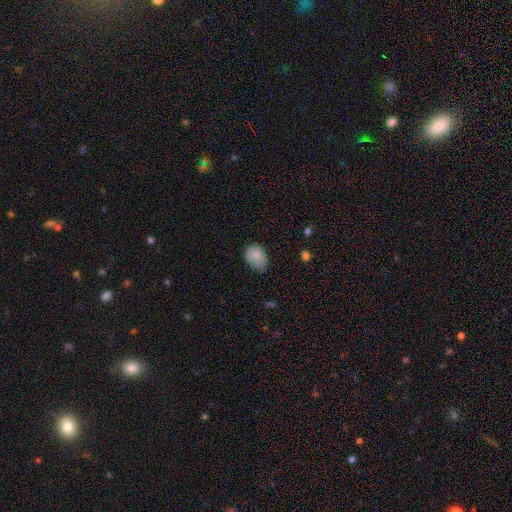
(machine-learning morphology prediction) smooth_or_featured: smooth (p=0.85) [alt: star or artifact p=0.08]
how_rounded: in between (p=0.67) [alt: round p=0.32]
merging: none (p=0.63) [alt: minor disturbance p=0.30]